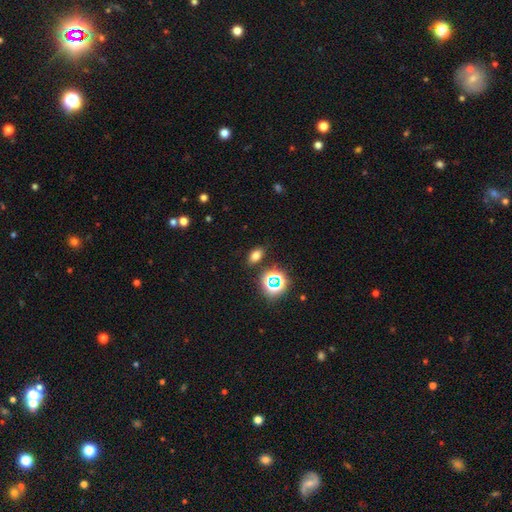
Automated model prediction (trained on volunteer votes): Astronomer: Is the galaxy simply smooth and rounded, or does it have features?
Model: smooth — 71%.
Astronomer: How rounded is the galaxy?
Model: in between — 81%.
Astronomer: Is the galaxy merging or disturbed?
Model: none — 85%.